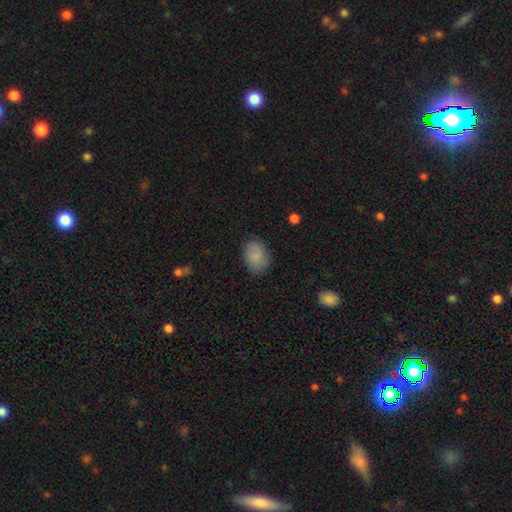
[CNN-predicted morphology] A smooth galaxy with no disk features (83%) that is in between round and cigar-shaped (75%).

Vote fractions:
- Smooth or featured? smooth: 83% / featured or disk: 10% / star or artifact: 8%
- How rounded? in between: 75% / round: 24% / cigar-shaped: 1%
- Merging? none: 81% / minor disturbance: 15% / major disturbance: 4% / merger: 1%